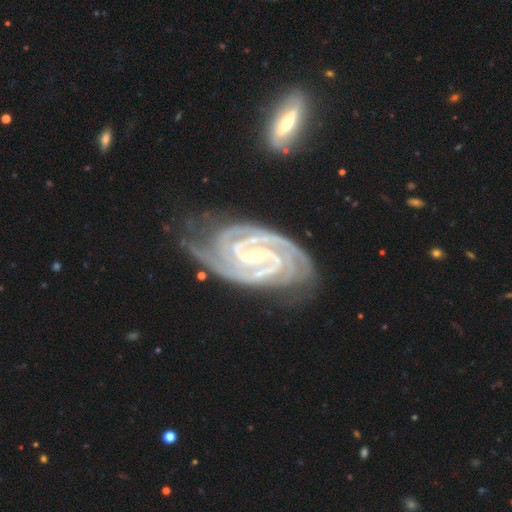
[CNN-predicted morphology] Smooth or featured?
  - featured or disk: 94% *
  - star or artifact: 4%
  - smooth: 2%
Edge-on disk?
  - no: 97% *
  - yes: 3%
Bar?
  - strong: 42% *
  - weak: 37%
  - no: 21%
Spiral arms?
  - yes: 99% *
  - no: 1%
Spiral winding?
  - tight: 75% *
  - medium: 22%
  - loose: 3%
Spiral arm count?
  - 2: 37% *
  - 3: 27%
  - 4: 15%
  - can't tell: 8%
  - more than 4: 6%
  - 1: 6%
Bulge size?
  - small: 63% *
  - moderate: 35%
  - large: 1%
  - none: 1%
  - dominant: 1%
Merging?
  - none: 68% *
  - minor disturbance: 22%
  - major disturbance: 7%
  - merger: 3%